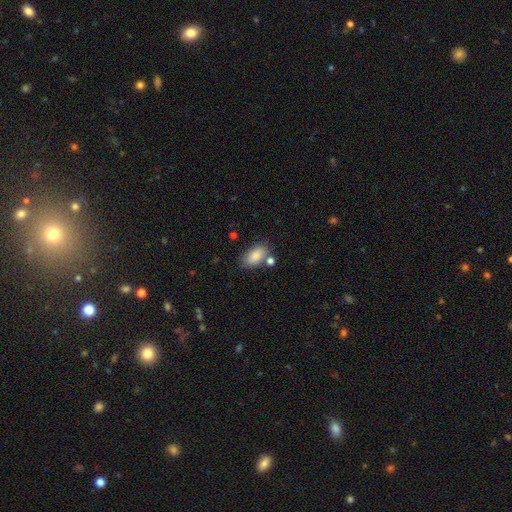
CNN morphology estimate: smooth_or_featured: smooth (p=0.87) [alt: star or artifact p=0.07]
how_rounded: in between (p=0.92) [alt: round p=0.04]
merging: none (p=0.70) [alt: minor disturbance p=0.14]